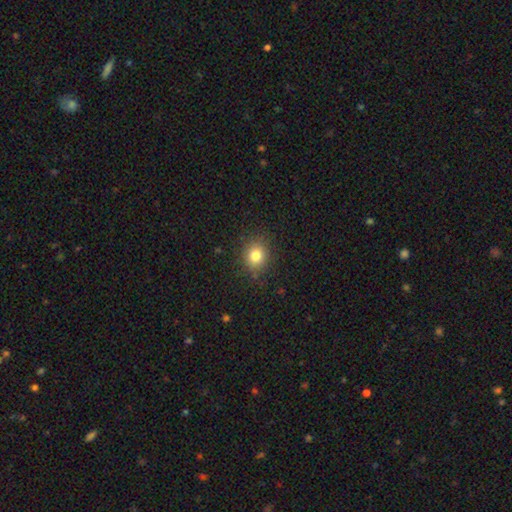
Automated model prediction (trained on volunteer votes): Smooth or featured: smooth — 80% (star or artifact — 13%)
How rounded: round — 77% (in between — 22%)
Merging: none — 86% (minor disturbance — 10%)